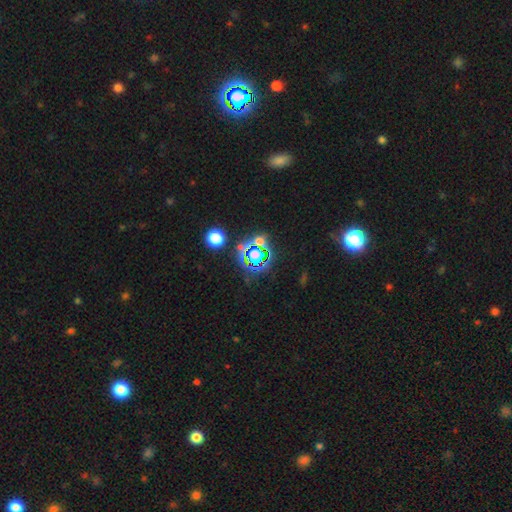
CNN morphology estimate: The model was most divided on "smooth or featured": star or artifact: 68%, smooth: 22%, featured or disk: 11%.